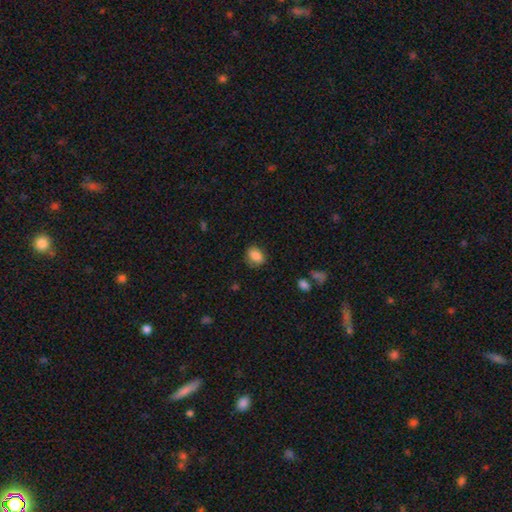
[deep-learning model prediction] smooth 86%, star or artifact 8%, featured or disk 6%. Down the decision tree: how rounded — in between (69%); merging — none (78%).